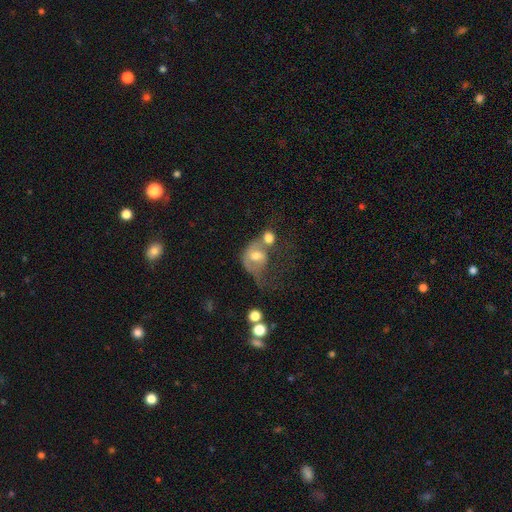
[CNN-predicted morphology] Smooth or featured? Predicted: smooth (p=0.51). How rounded? Predicted: in between (p=0.50). Merging? Predicted: merger (p=0.49).